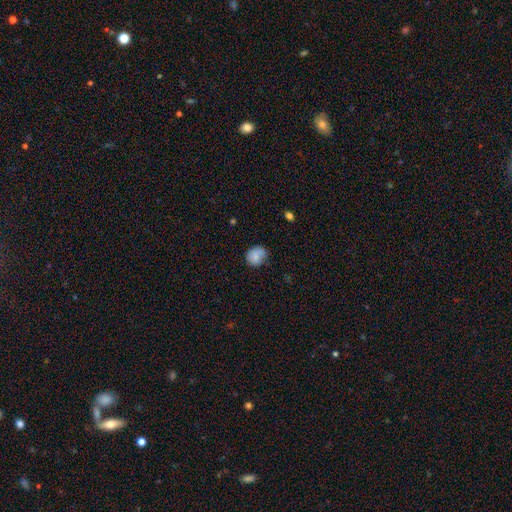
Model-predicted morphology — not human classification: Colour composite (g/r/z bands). It shows a smooth galaxy with no disk features (78%) that is round (67%). Merging: none (62%).